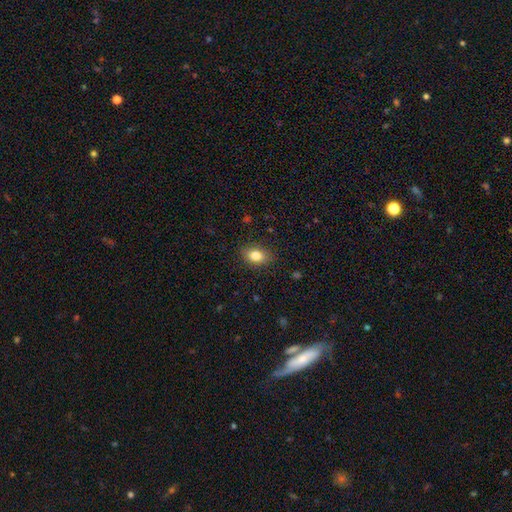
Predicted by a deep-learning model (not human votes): Smooth or featured: smooth — 82% (star or artifact — 9%)
How rounded: in between — 77% (round — 21%)
Merging: none — 86% (minor disturbance — 11%)